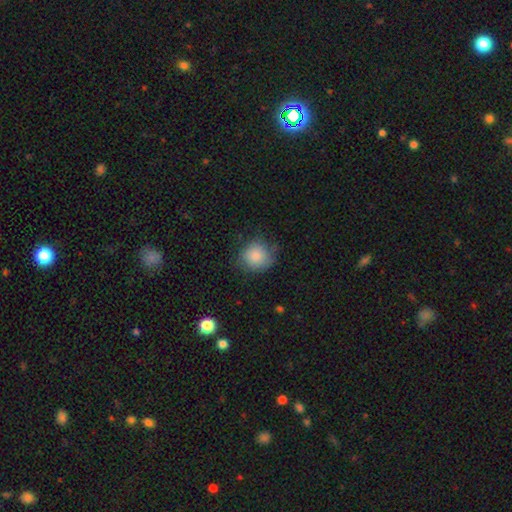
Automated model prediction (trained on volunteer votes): The model was most divided on "merging": none: 68%, minor disturbance: 24%, major disturbance: 7%, merger: 2%. More confident: how rounded — round (87%); smooth or featured — smooth (84%).